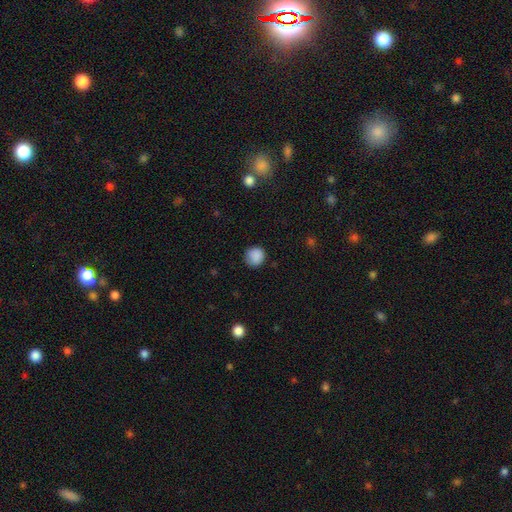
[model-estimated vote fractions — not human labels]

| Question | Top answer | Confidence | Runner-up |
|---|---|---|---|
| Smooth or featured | smooth | 88% | star or artifact (9%) |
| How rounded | round | 90% | in between (9%) |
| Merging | none | 84% | minor disturbance (12%) |